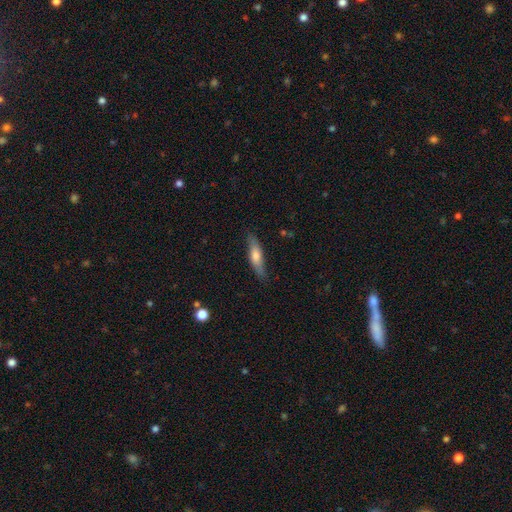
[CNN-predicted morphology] This appears to be a smooth galaxy with no disk features (61%) that is cigar-shaped (66%). Merging: none (81%).